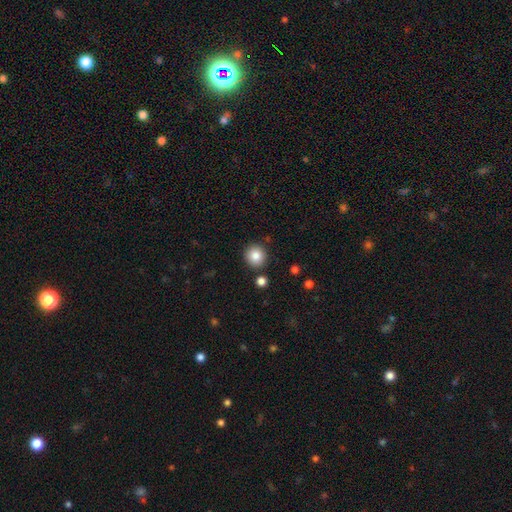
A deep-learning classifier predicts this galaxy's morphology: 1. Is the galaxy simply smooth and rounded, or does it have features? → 84% smooth, 9% star or artifact, 6% featured or disk.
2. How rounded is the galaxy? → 92% round, 7% in between, 1% cigar-shaped.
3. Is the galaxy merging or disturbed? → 88% none, 6% minor disturbance, 4% merger, 2% major disturbance.